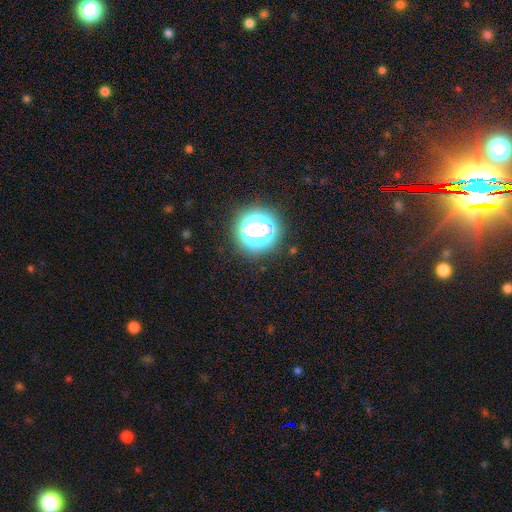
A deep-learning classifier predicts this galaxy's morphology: star or artifact 80%, smooth 13%, featured or disk 7%.